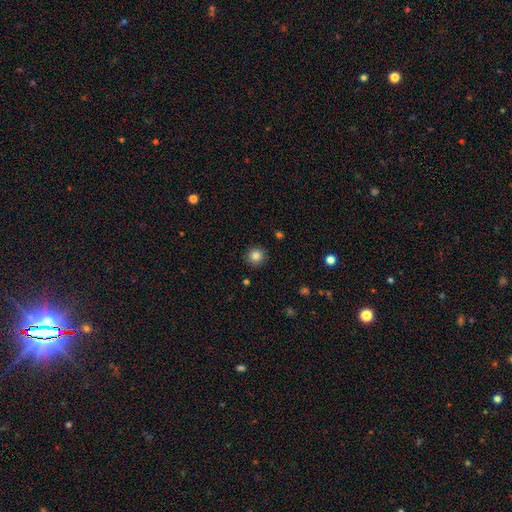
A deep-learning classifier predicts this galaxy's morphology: smooth 83%, star or artifact 11%, featured or disk 5%. Down the decision tree: how rounded — round (94%); merging — none (91%).